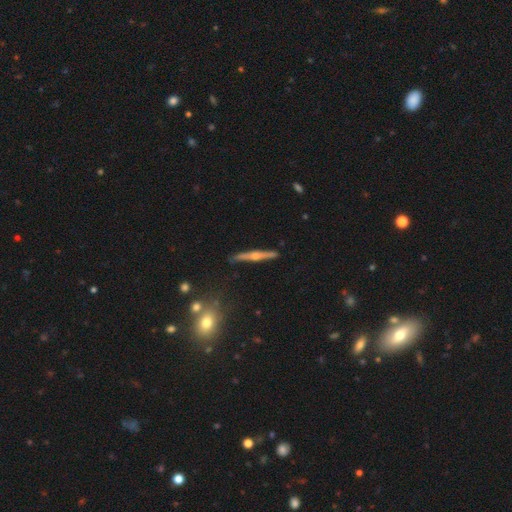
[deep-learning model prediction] Smooth or featured? featured or disk (74%)
Edge-on disk? yes (98%)
Edge-on bulge? rounded (89%)
Merging? none (88%)